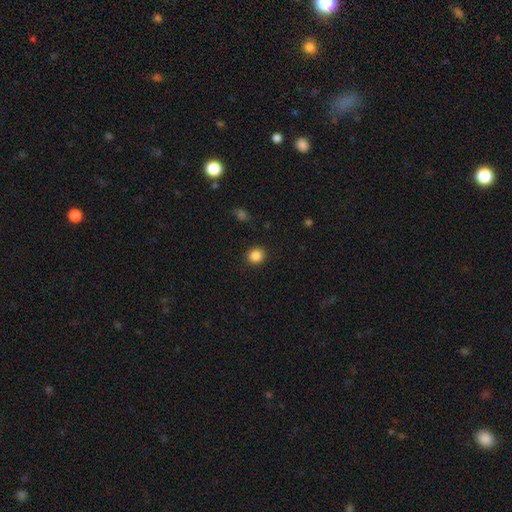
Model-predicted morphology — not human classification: type=smooth (86%); roundness=round (86%); merging=none (91%).